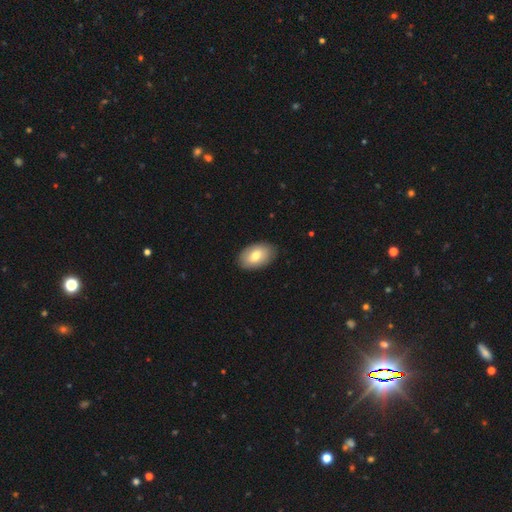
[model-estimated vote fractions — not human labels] smooth 75%, featured or disk 19%, star or artifact 6%. Down the decision tree: how rounded — in between (92%); merging — none (87%).